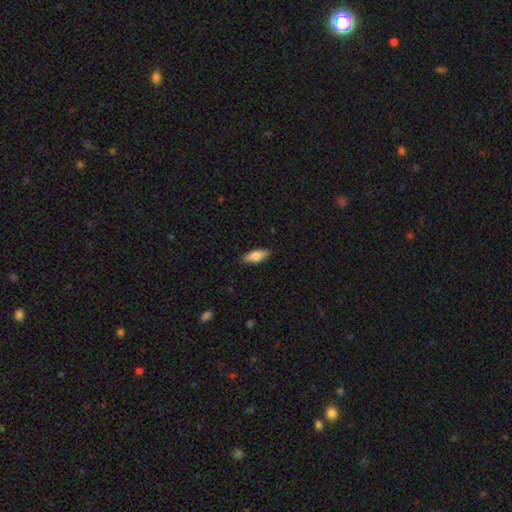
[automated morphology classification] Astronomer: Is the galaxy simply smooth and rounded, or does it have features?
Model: smooth — 79%.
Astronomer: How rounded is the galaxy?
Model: in between — 70%.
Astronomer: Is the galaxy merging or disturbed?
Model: none — 85%.